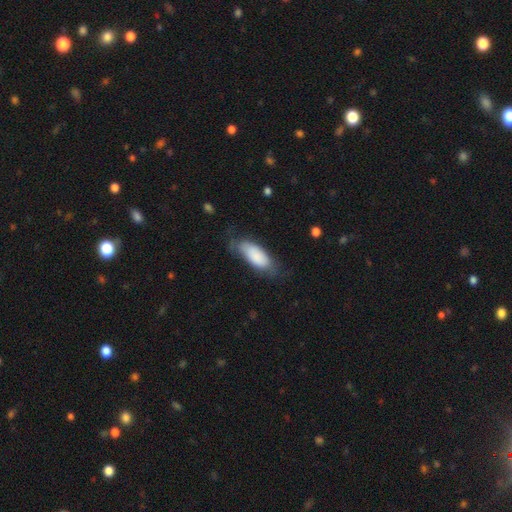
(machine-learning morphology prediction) smooth 81%, featured or disk 12%, star or artifact 6%. Down the decision tree: how rounded — in between (80%); merging — none (60%).